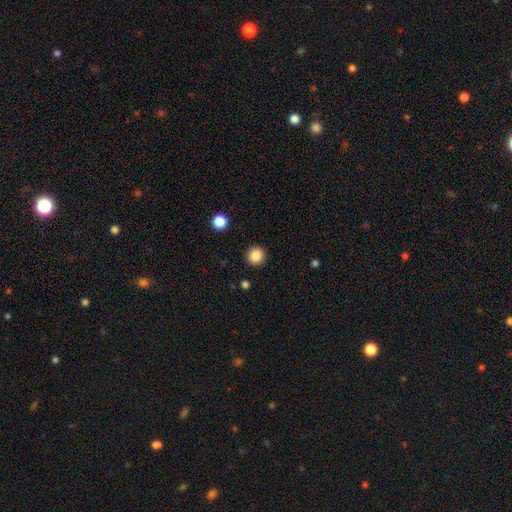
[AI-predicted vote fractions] Overall: smooth (86%). How rounded: round (95%). Merging: none (93%).